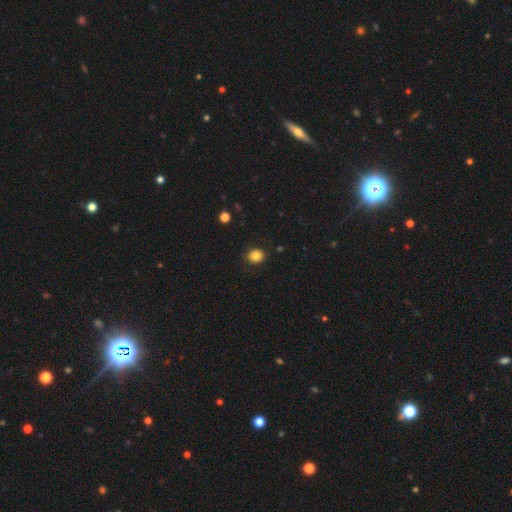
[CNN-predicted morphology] smooth 83%, star or artifact 11%, featured or disk 6%. Down the decision tree: how rounded — round (79%); merging — none (87%).